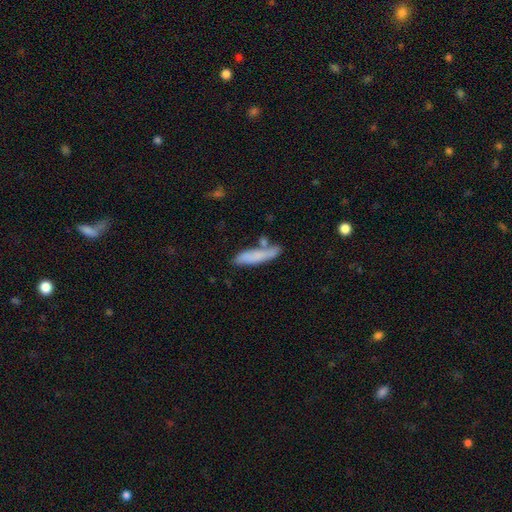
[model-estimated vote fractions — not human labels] This is likely a smooth galaxy (73%). How rounded: likely cigar-shaped (78%). Merging: possibly none (59%).